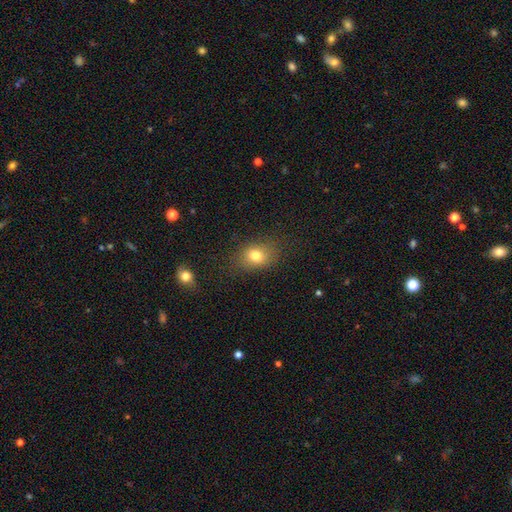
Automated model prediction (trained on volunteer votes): Smooth or featured: smooth — 77% (star or artifact — 13%)
How rounded: in between — 57% (round — 42%)
Merging: none — 76% (minor disturbance — 15%)